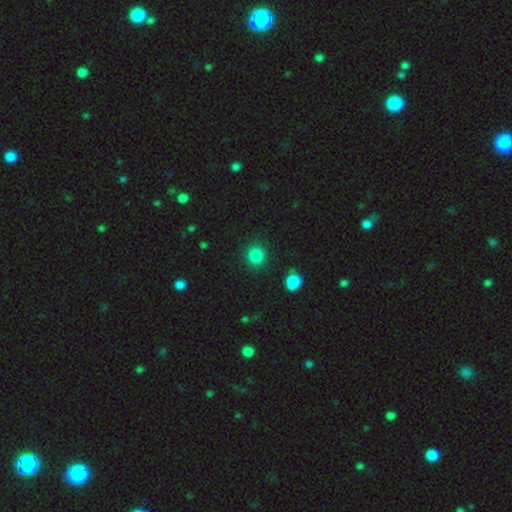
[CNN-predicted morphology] smooth 85%, star or artifact 11%, featured or disk 4%. Down the decision tree: how rounded — round (91%); merging — none (89%).